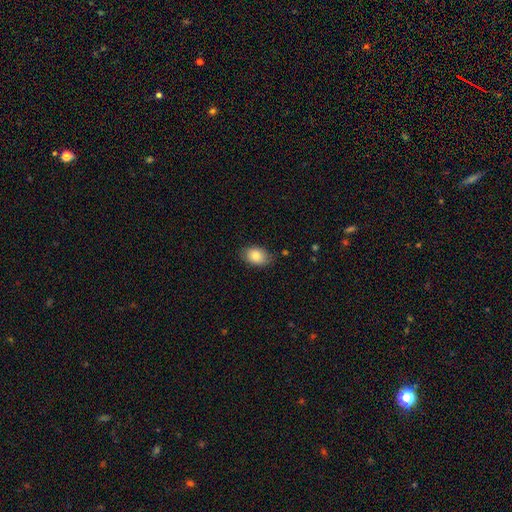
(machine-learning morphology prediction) smooth_or_featured: smooth (p=0.83) [alt: featured or disk p=0.09]
how_rounded: in between (p=0.82) [alt: round p=0.17]
merging: none (p=0.81) [alt: minor disturbance p=0.15]